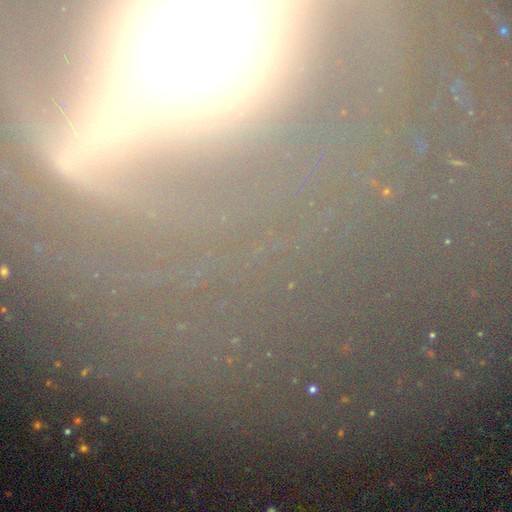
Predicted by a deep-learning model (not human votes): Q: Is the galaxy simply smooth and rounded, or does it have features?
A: star or artifact — 53%.